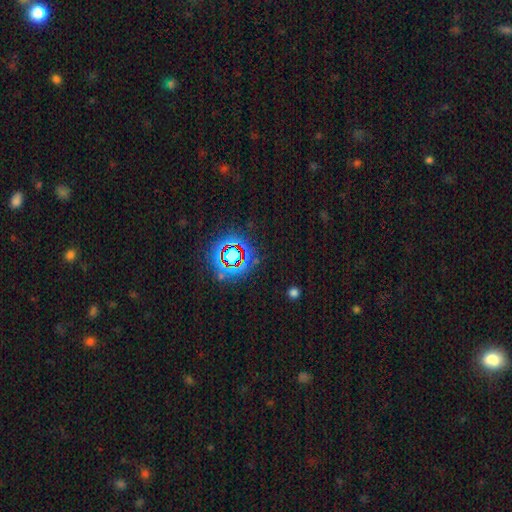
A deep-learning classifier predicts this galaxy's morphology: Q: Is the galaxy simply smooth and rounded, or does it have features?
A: star or artifact — 71%.